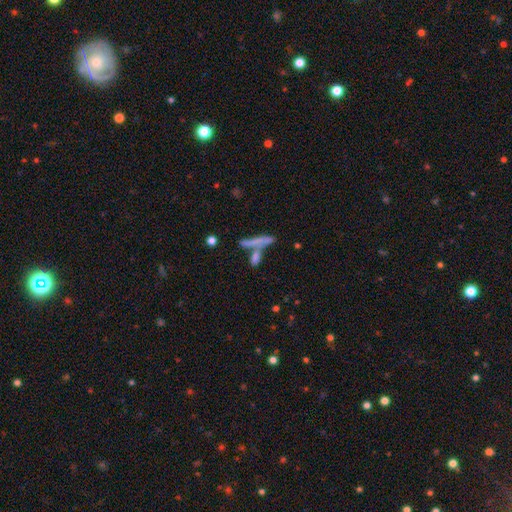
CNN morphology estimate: Smooth or featured? smooth (56%)
How rounded? cigar-shaped (78%)
Merging? none (54%)